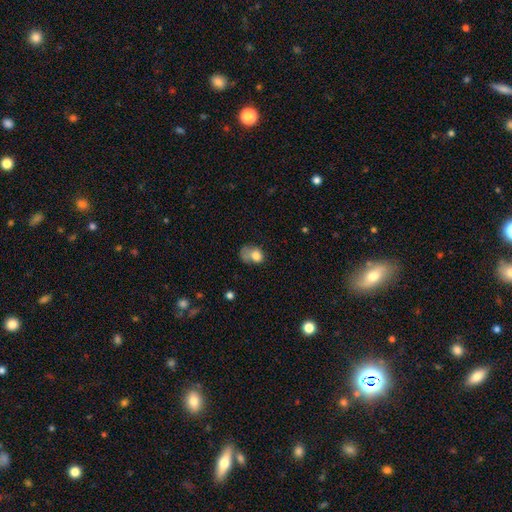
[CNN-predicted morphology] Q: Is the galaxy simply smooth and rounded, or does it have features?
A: smooth — 75%.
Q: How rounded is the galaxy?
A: in between — 57%.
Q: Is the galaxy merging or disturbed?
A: major disturbance — 36%.